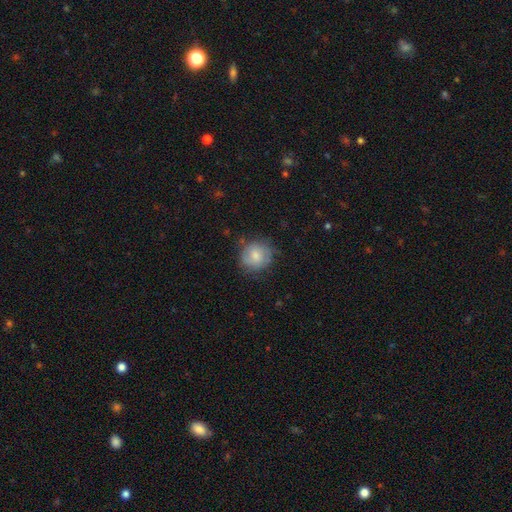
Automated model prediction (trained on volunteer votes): Q: Smooth or featured?
A: smooth (70%); runner-up: featured or disk (23%)
Q: How rounded?
A: round (83%); runner-up: in between (16%)
Q: Merging?
A: none (70%); runner-up: minor disturbance (21%)